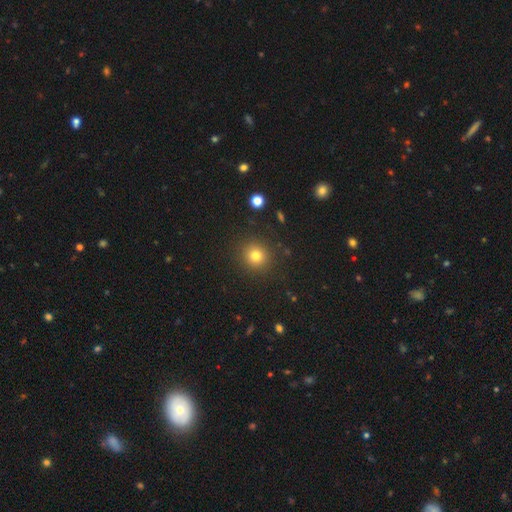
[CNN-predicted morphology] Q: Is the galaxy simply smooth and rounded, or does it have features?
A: smooth — 79%.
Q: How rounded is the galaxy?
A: round — 90%.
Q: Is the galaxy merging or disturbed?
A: none — 90%.